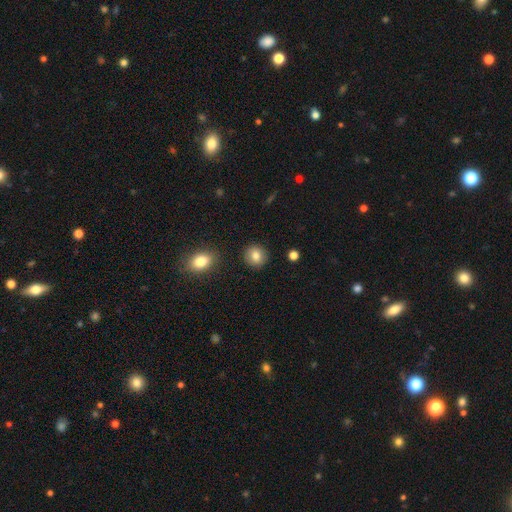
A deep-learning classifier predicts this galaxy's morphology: The model was most divided on "how rounded": round: 86%, in between: 13%, cigar-shaped: 1%. More confident: merging — none (90%); smooth or featured — smooth (83%).